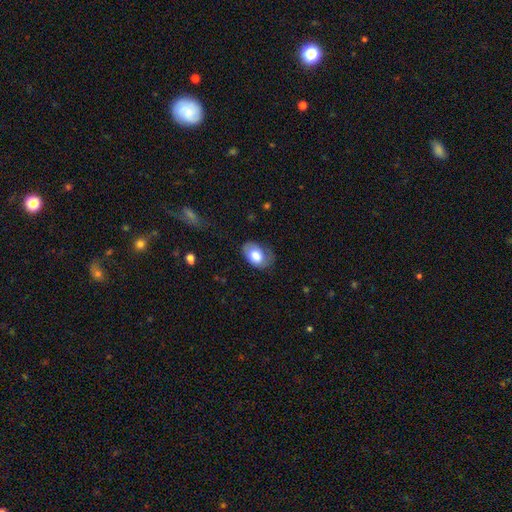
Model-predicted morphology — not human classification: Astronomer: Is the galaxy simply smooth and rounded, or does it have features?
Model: smooth — 73%.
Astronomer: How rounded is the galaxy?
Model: in between — 87%.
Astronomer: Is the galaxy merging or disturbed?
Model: none — 55% (runner-up: minor disturbance, 31%).